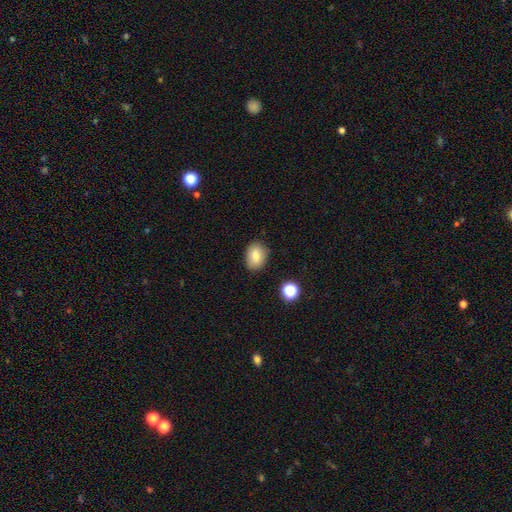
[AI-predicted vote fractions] Overall: smooth (81%). How rounded: in between (70%). Merging: none (83%).